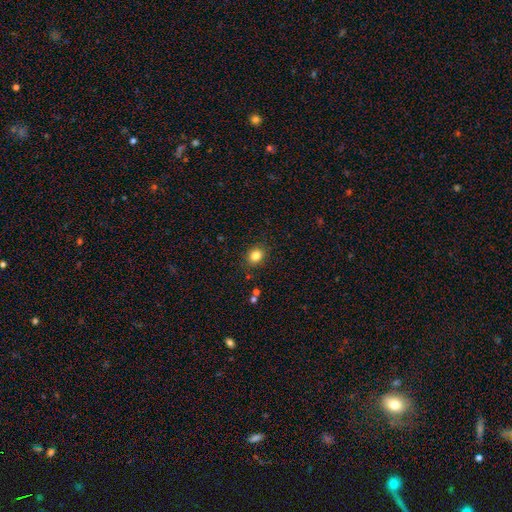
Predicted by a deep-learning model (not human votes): Smooth or featured? Predicted: smooth (p=0.83). How rounded? Predicted: round (p=0.64). Merging? Predicted: none (p=0.87).